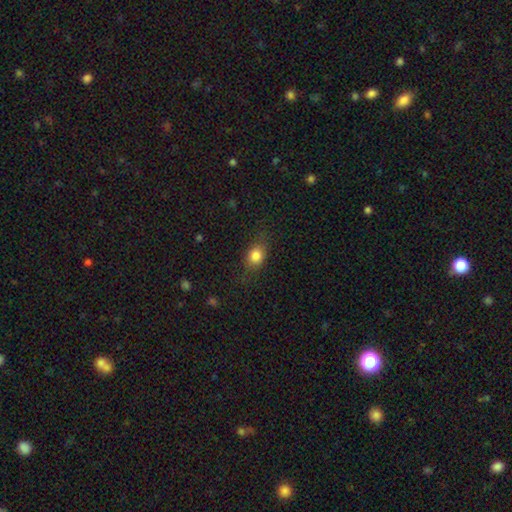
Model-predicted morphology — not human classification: smooth-or-featured: smooth: 81% | star or artifact: 10% | featured or disk: 9%
  how-rounded: in between: 55% | round: 42% | cigar-shaped: 3%
  merging: none: 74% | minor disturbance: 18% | major disturbance: 7% | merger: 1%